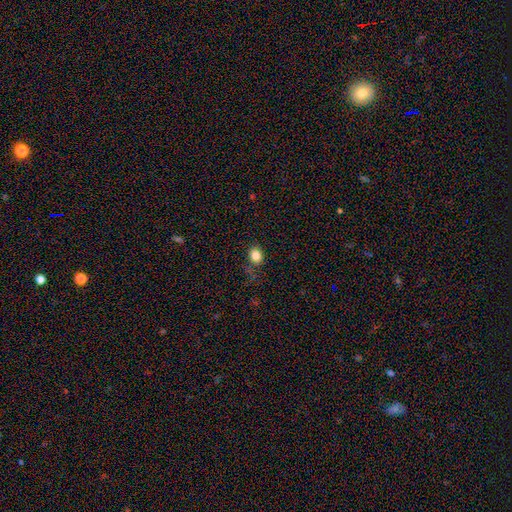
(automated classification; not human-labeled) Smooth or featured: smooth — 83% (star or artifact — 11%)
How rounded: round — 55% (in between — 44%)
Merging: none — 77% (minor disturbance — 15%)